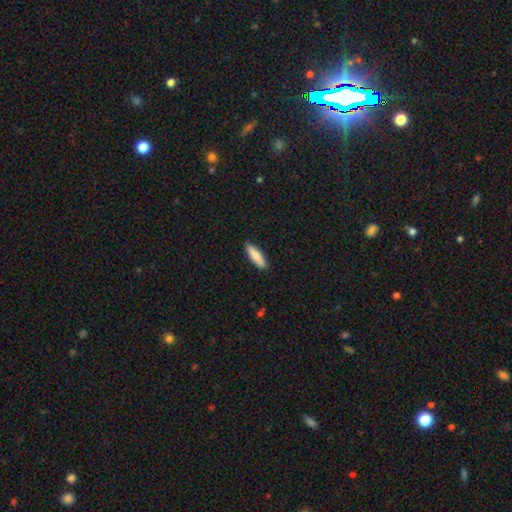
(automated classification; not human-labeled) Smooth or featured?
  - smooth: 82% *
  - featured or disk: 13%
  - star or artifact: 5%
How rounded?
  - cigar-shaped: 69% *
  - in between: 29%
  - round: 2%
Merging?
  - none: 90% *
  - minor disturbance: 8%
  - major disturbance: 1%
  - merger: 1%